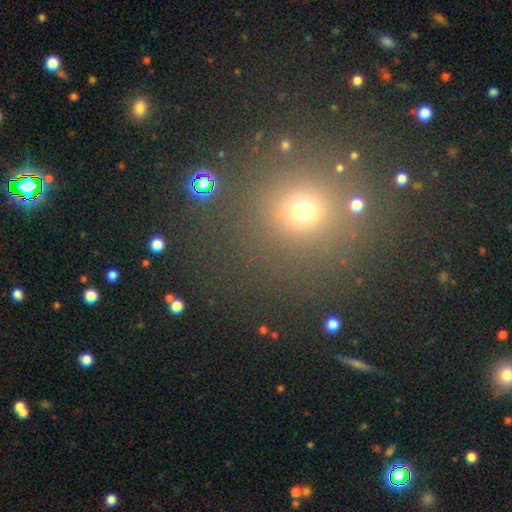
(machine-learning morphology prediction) Smooth or featured: smooth — 55% (star or artifact — 38%)
How rounded: round — 92% (in between — 7%)
Merging: none — 86% (minor disturbance — 7%)